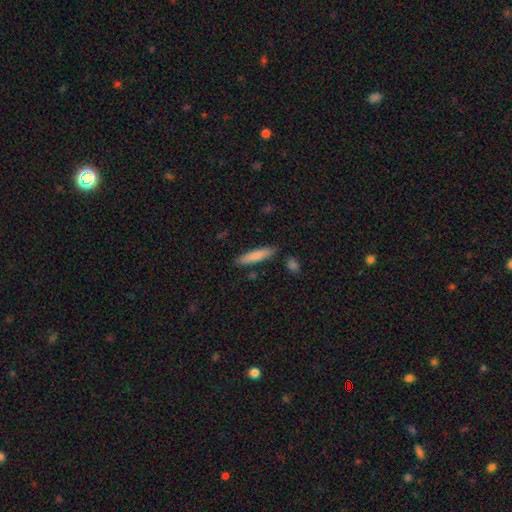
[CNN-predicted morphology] Smooth or featured? smooth (81%)
How rounded? cigar-shaped (83%)
Merging? none (85%)